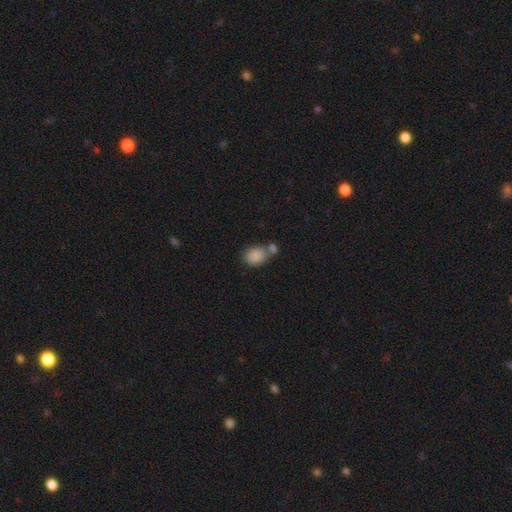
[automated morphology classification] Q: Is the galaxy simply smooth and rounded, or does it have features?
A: smooth — 86%.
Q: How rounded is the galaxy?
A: in between — 61%.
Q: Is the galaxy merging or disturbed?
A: none — 50%.